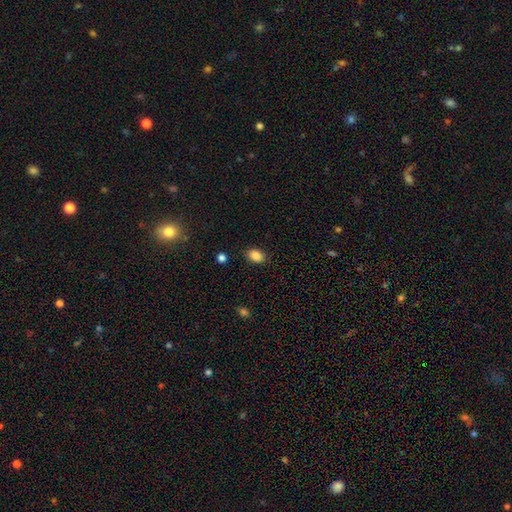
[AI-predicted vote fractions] The model was most divided on "how rounded": in between: 76%, round: 23%, cigar-shaped: 1%. More confident: merging — none (86%); smooth or featured — smooth (86%).